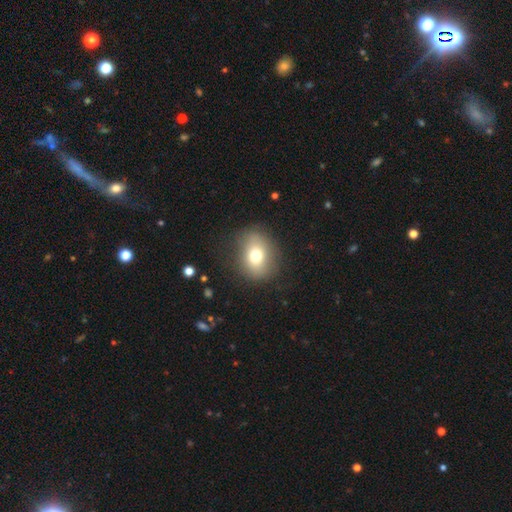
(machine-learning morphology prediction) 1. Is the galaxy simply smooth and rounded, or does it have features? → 71% smooth, 18% featured or disk, 11% star or artifact.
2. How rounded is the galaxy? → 52% round, 47% in between, 1% cigar-shaped.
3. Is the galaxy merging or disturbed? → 80% none, 13% minor disturbance, 6% major disturbance, 1% merger.